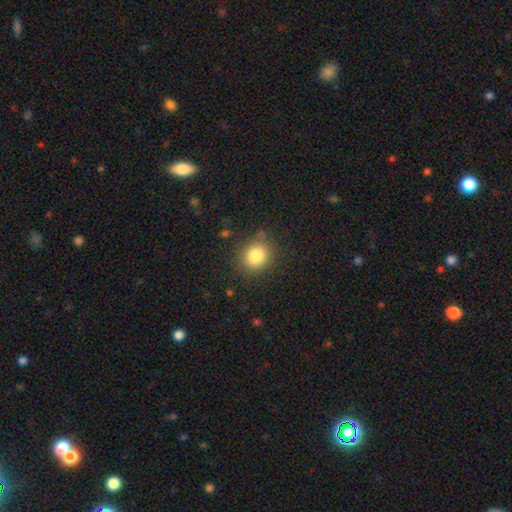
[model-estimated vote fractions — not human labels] smooth-or-featured: smooth: 83% | star or artifact: 11% | featured or disk: 7%
  how-rounded: round: 74% | in between: 25% | cigar-shaped: 1%
  merging: none: 83% | minor disturbance: 12% | major disturbance: 4% | merger: 2%